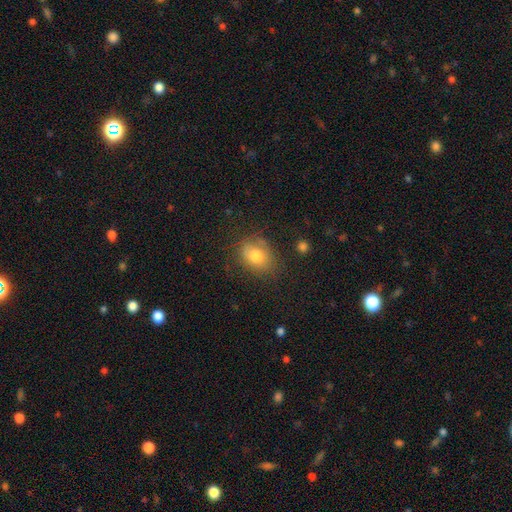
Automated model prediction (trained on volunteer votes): Morphology: type=smooth (76%); roundness=in between (60%); merging=none (69%).